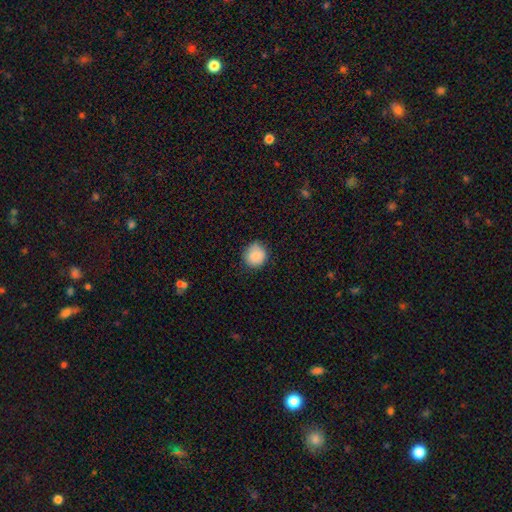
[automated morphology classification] Smooth or featured?
  - smooth: 86% *
  - star or artifact: 8%
  - featured or disk: 6%
How rounded?
  - round: 89% *
  - in between: 10%
  - cigar-shaped: 1%
Merging?
  - none: 82% *
  - minor disturbance: 14%
  - major disturbance: 3%
  - merger: 1%